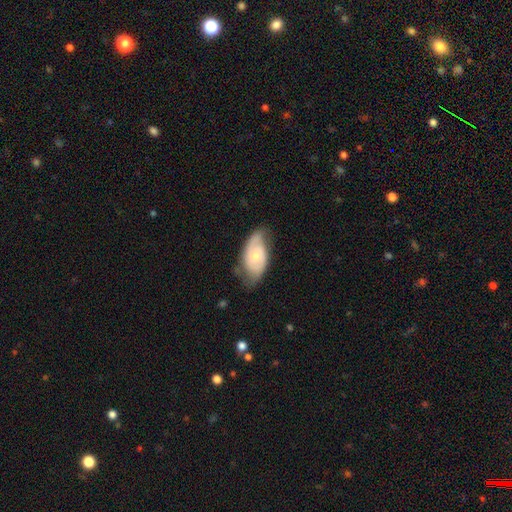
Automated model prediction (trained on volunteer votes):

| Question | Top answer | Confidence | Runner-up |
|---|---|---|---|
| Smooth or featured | featured or disk | 62% | smooth (32%) |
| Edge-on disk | no | 93% | yes (7%) |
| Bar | no | 75% | weak (21%) |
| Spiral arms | yes | 81% | no (19%) |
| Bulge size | small | 53% | moderate (43%) |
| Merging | none | 60% | minor disturbance (29%) |